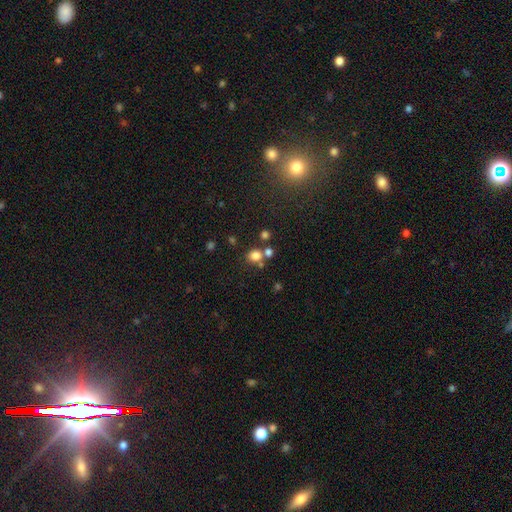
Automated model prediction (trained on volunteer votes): Smooth or featured?
  - smooth: 78% *
  - star or artifact: 15%
  - featured or disk: 7%
How rounded?
  - round: 70% *
  - in between: 29%
  - cigar-shaped: 1%
Merging?
  - none: 60% *
  - merger: 25%
  - minor disturbance: 10%
  - major disturbance: 4%